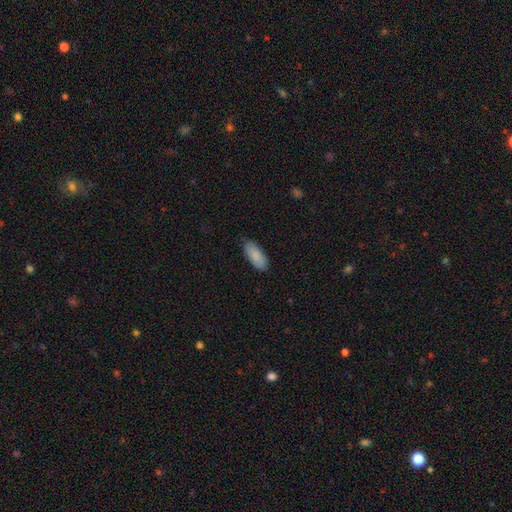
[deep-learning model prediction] Morphology: type=smooth (88%); roundness=in between (84%); merging=none (78%).